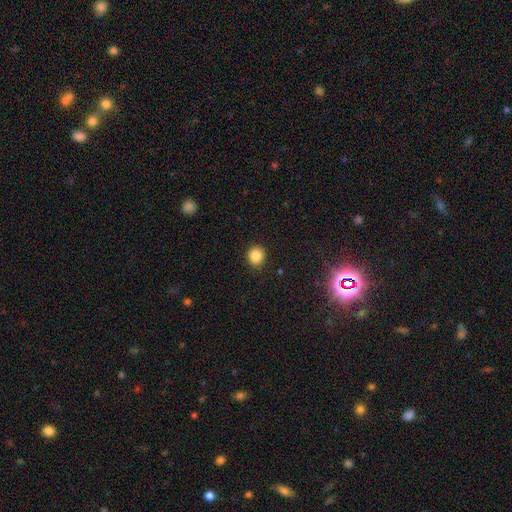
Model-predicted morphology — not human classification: Smooth or featured?
  - smooth: 85% *
  - star or artifact: 10%
  - featured or disk: 4%
How rounded?
  - round: 86% *
  - in between: 14%
  - cigar-shaped: 1%
Merging?
  - none: 90% *
  - minor disturbance: 7%
  - major disturbance: 2%
  - merger: 1%